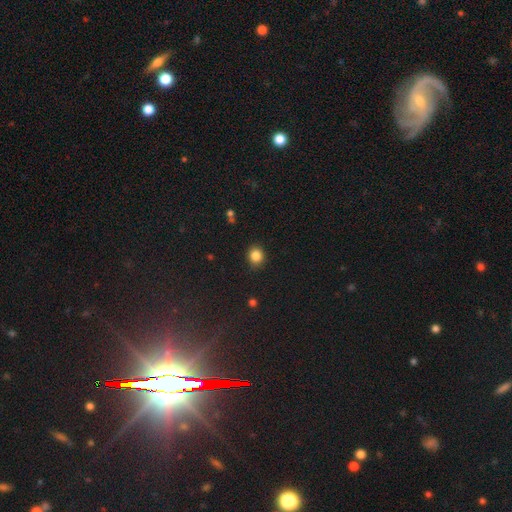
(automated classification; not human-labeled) smooth_or_featured: smooth (p=0.85) [alt: star or artifact p=0.11]
how_rounded: round (p=0.82) [alt: in between p=0.17]
merging: none (p=0.86) [alt: minor disturbance p=0.10]